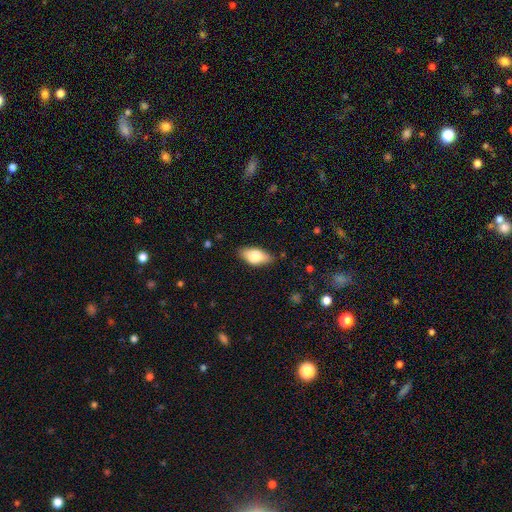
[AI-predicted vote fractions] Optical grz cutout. It shows a smooth galaxy with no disk features (75%) that is in between round and cigar-shaped (89%). Merging: none (80%).